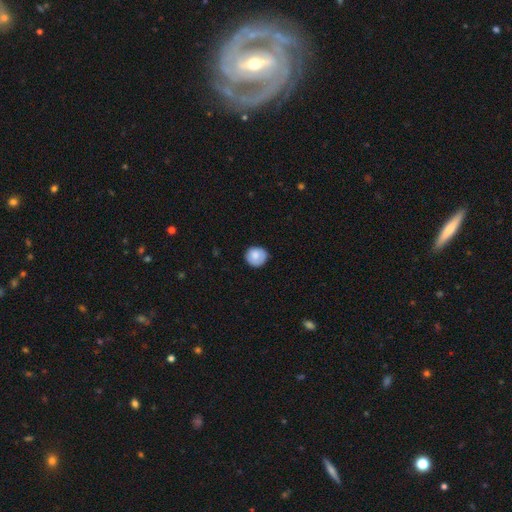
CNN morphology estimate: smooth_or_featured: smooth (p=0.81) [alt: featured or disk p=0.12]
how_rounded: round (p=0.89) [alt: in between p=0.10]
merging: none (p=0.81) [alt: minor disturbance p=0.15]